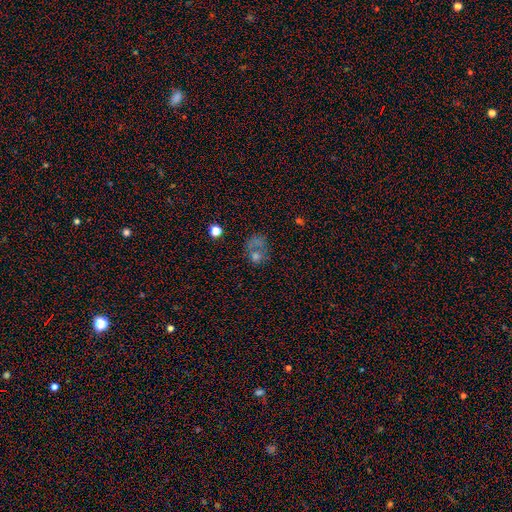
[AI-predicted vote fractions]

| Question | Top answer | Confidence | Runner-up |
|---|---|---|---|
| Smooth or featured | smooth | 54% | star or artifact (24%) |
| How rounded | round | 68% | in between (30%) |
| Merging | none | 38% | merger (30%) |